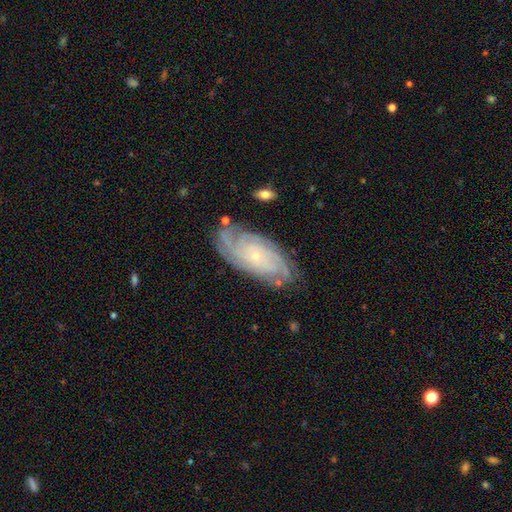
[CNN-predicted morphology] A featured or disk galaxy (85%) with no bar (78%), tight (77%) spiral arms (97%) and a small central bulge (85%). Merging: none (78%).